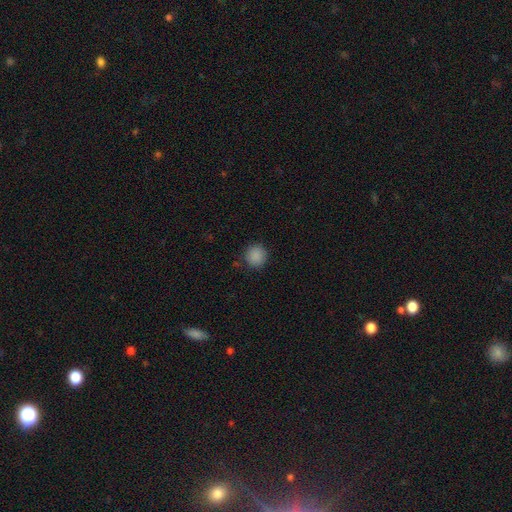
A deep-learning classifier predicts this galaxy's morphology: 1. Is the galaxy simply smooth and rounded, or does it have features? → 87% smooth, 10% star or artifact, 3% featured or disk.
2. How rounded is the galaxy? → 90% round, 9% in between, 1% cigar-shaped.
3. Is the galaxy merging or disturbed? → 87% none, 9% minor disturbance, 3% major disturbance, 1% merger.